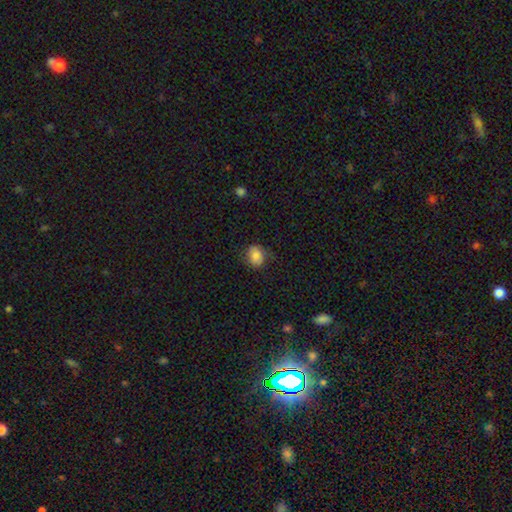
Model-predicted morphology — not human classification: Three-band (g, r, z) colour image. It shows a smooth galaxy with no disk features (81%) that is in between round and cigar-shaped (57%). Merging: none (70%).